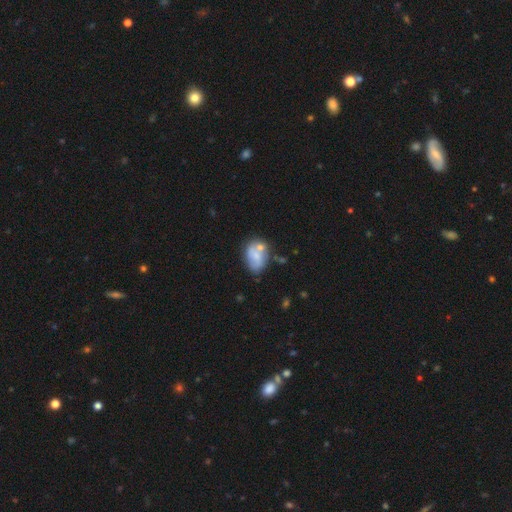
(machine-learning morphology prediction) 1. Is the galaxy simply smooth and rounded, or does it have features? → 62% smooth, 30% featured or disk, 8% star or artifact.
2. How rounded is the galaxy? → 81% in between, 17% round, 1% cigar-shaped.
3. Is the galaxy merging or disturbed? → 40% none, 30% merger, 22% minor disturbance, 8% major disturbance.